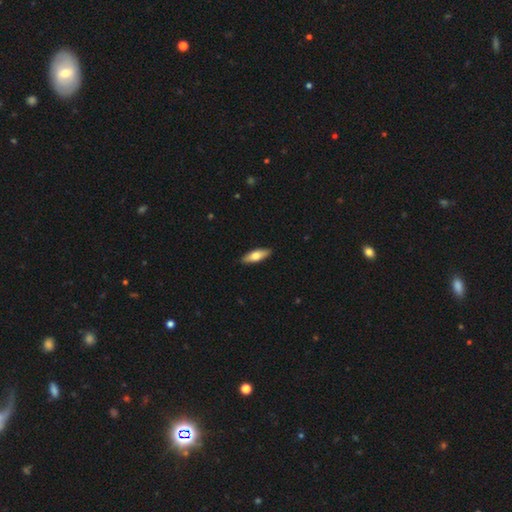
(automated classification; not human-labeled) This appears to be a smooth galaxy with no disk features (67%) that is in between round and cigar-shaped (56%). Merging: none (90%).